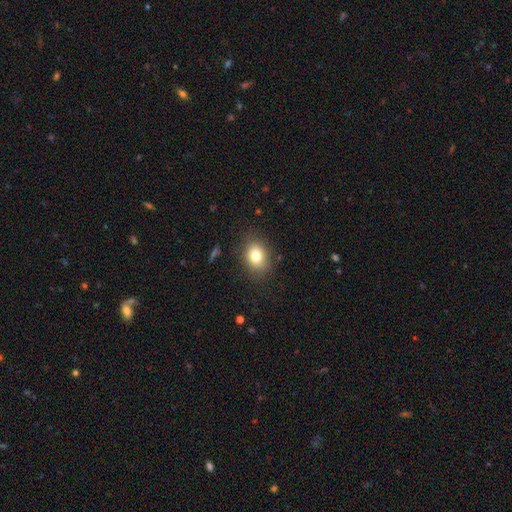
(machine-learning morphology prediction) A smooth galaxy with no disk features (79%) that is in between round and cigar-shaped (60%).

Vote fractions:
- Smooth or featured? smooth: 79% / featured or disk: 10% / star or artifact: 10%
- How rounded? in between: 60% / round: 39% / cigar-shaped: 1%
- Merging? none: 81% / minor disturbance: 14% / major disturbance: 4% / merger: 1%